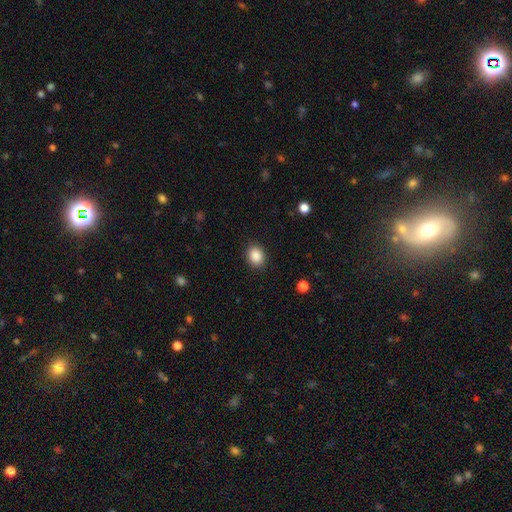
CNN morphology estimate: Smooth or featured?
  - smooth: 88% *
  - star or artifact: 9%
  - featured or disk: 3%
How rounded?
  - in between: 50% *
  - round: 49%
  - cigar-shaped: 1%
Merging?
  - none: 89% *
  - minor disturbance: 8%
  - major disturbance: 3%
  - merger: 1%